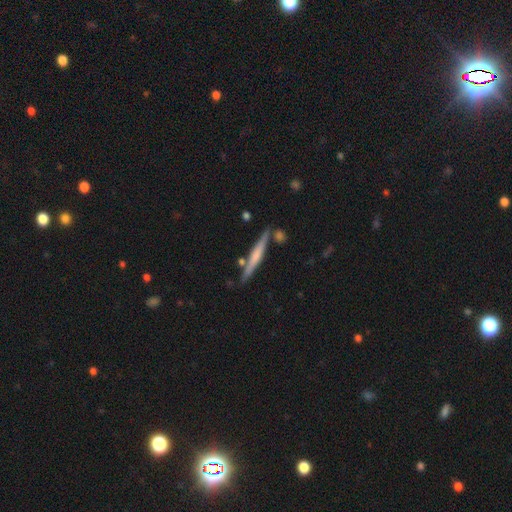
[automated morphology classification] The model was most divided on "smooth or featured": featured or disk: 53%, smooth: 42%, star or artifact: 6%. Remaining: edge-on disk — yes (97%); merging — none (81%); edge-on bulge — none (47%).